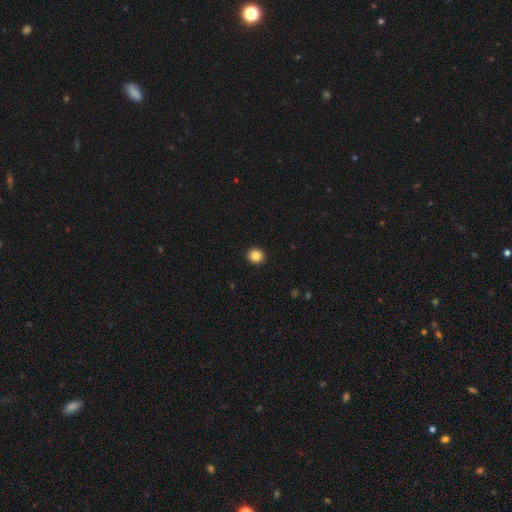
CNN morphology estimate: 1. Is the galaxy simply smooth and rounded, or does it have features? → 85% smooth, 10% star or artifact, 5% featured or disk.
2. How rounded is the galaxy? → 91% round, 8% in between, 1% cigar-shaped.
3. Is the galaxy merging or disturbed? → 93% none, 4% minor disturbance, 1% major disturbance, 1% merger.